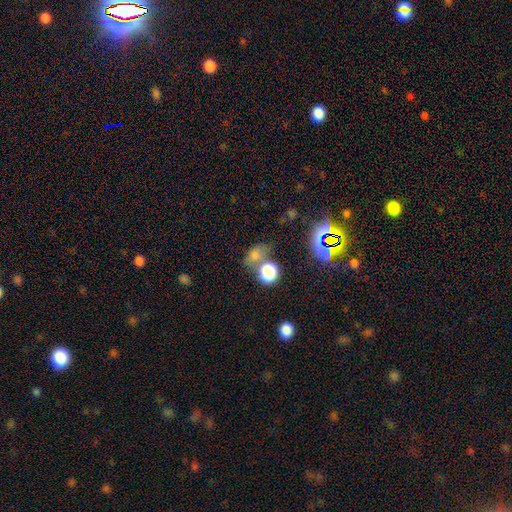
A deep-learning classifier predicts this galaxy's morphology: smooth_or_featured: smooth (p=0.62) [alt: star or artifact p=0.27]
how_rounded: in between (p=0.49) [alt: round p=0.47]
merging: none (p=0.55) [alt: merger p=0.23]